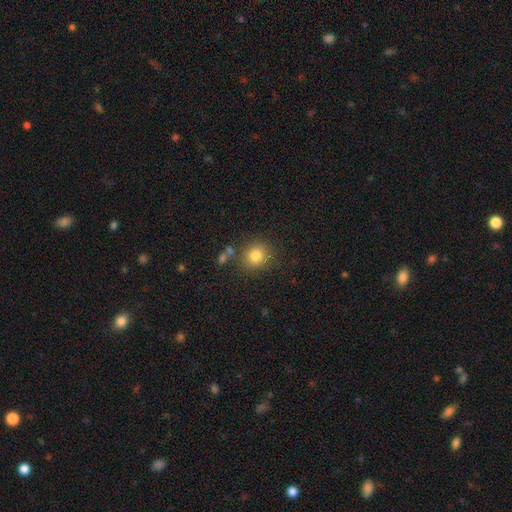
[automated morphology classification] Smooth or featured? smooth (81%)
How rounded? round (85%)
Merging? none (80%)